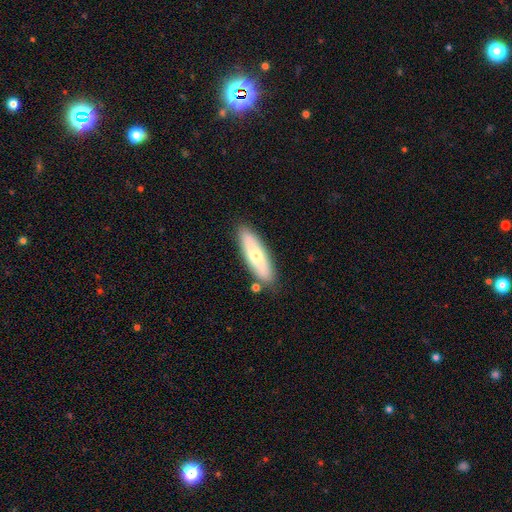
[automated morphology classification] smooth_or_featured: smooth (p=0.58) [alt: featured or disk p=0.36]
how_rounded: cigar-shaped (p=0.58) [alt: in between p=0.40]
merging: none (p=0.83) [alt: minor disturbance p=0.11]